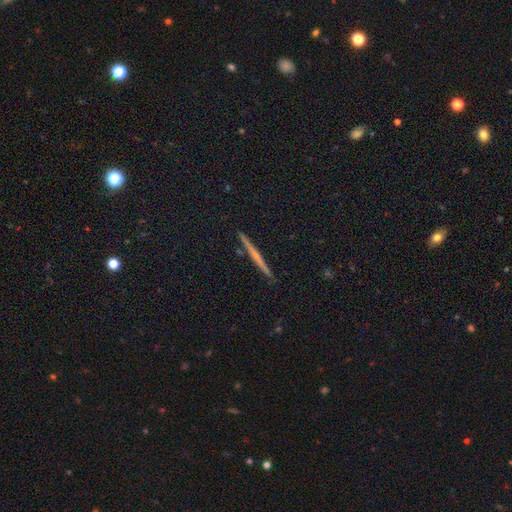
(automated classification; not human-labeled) Morphology: type=featured or disk (56%); edge-on=yes (98%); edge-on bulge=none (76%); merging=none (92%).